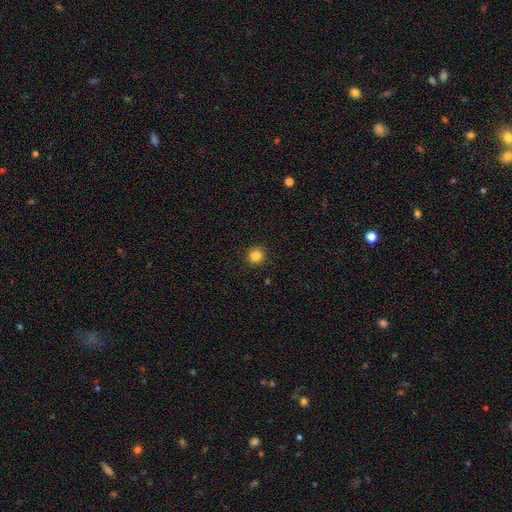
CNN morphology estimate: This appears to be a smooth galaxy with no disk features (85%) that is round (94%). Merging: none (92%).